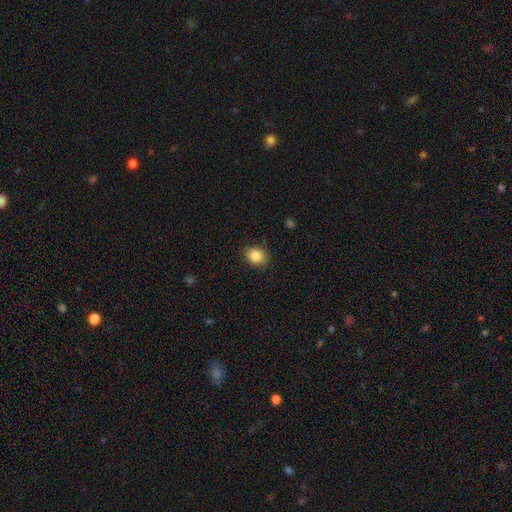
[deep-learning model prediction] This appears to be a smooth galaxy with no disk features (84%) that is round (54%). Merging: none (86%).